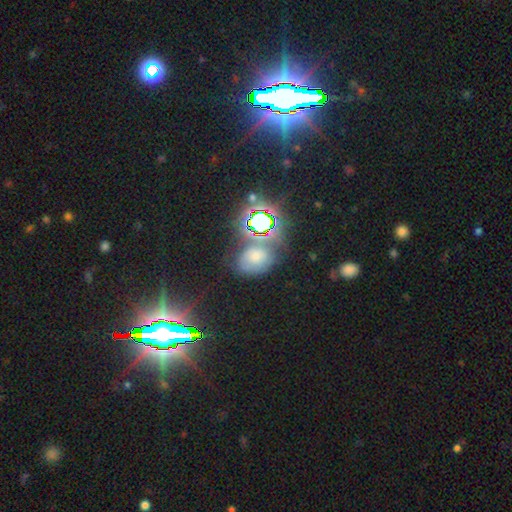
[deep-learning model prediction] smooth 46%, star or artifact 37%, featured or disk 17%. Down the decision tree: merging — none (56%).